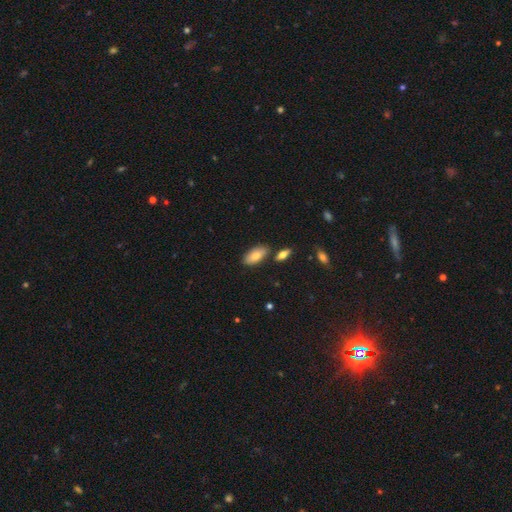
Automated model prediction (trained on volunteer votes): smooth 78%, featured or disk 15%, star or artifact 7%. Down the decision tree: how rounded — in between (90%); merging — none (79%).